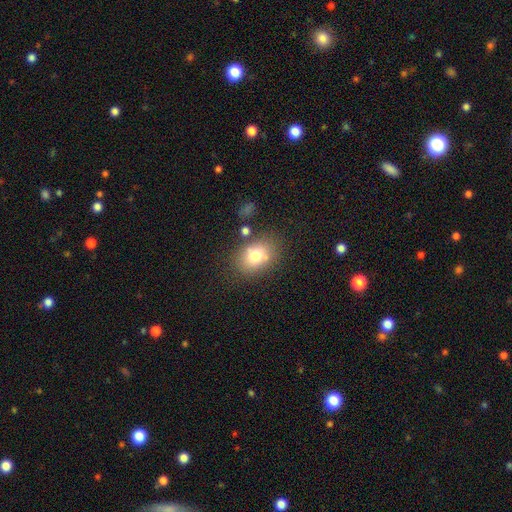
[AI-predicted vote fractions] This appears to be a smooth galaxy with no disk features (74%) that is in between round and cigar-shaped (70%). Merging: none (70%).